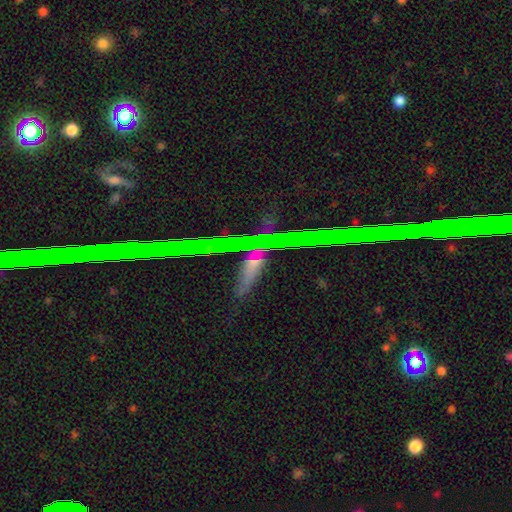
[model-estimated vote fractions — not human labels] This is possibly a star or artifact rather than a galaxy (46%).